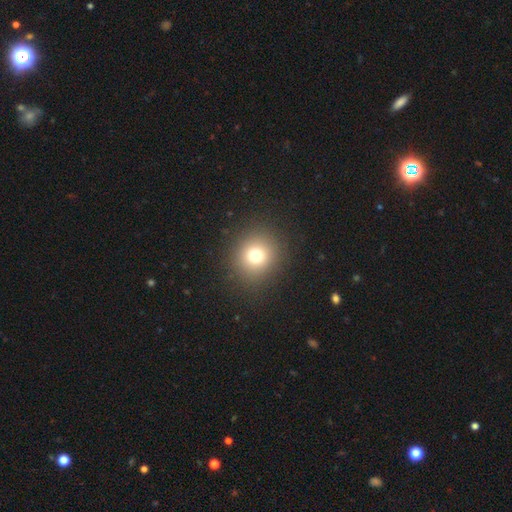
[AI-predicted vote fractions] A smooth galaxy with no disk features (74%) that is round (88%).

Vote fractions:
- Smooth or featured? smooth: 74% / star or artifact: 17% / featured or disk: 10%
- How rounded? round: 88% / in between: 11% / cigar-shaped: 1%
- Merging? none: 90% / minor disturbance: 6% / major disturbance: 3% / merger: 1%